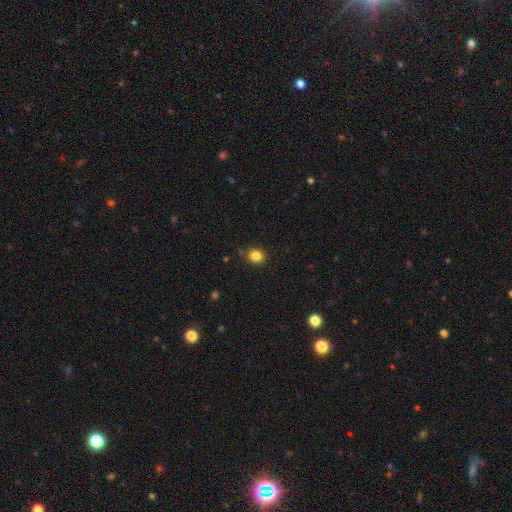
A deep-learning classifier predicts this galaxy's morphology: Smooth or featured? Predicted: smooth (p=0.84). How rounded? Predicted: round (p=0.65). Merging? Predicted: none (p=0.86).